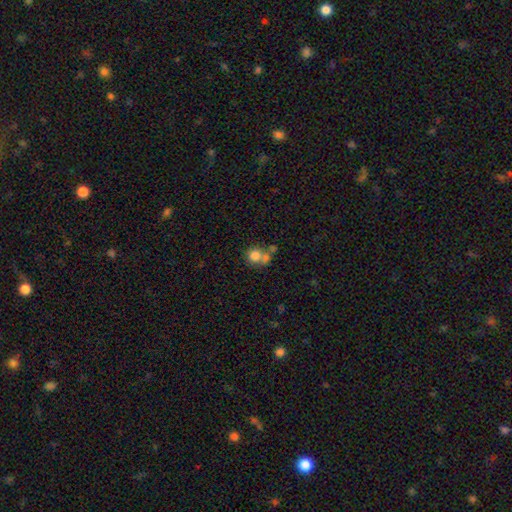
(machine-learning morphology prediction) Smooth or featured?
  - smooth: 76% *
  - featured or disk: 13%
  - star or artifact: 11%
How rounded?
  - round: 83% *
  - in between: 16%
  - cigar-shaped: 1%
Merging?
  - merger: 44% *
  - none: 41%
  - minor disturbance: 10%
  - major disturbance: 5%